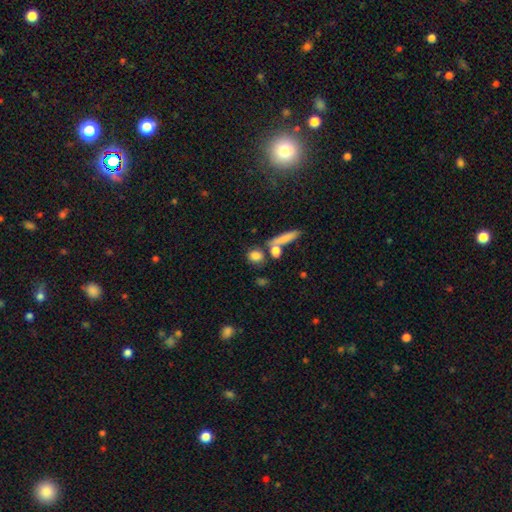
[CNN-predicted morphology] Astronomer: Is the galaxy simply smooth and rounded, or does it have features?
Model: smooth — 80%.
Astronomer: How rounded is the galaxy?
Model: round — 51% (runner-up: in between, 37%).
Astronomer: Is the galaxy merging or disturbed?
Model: none — 64%.